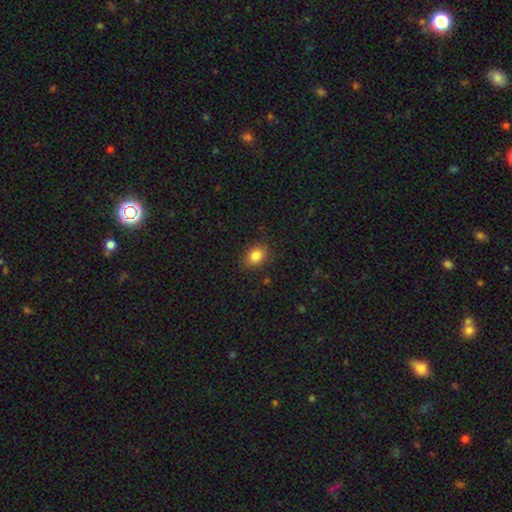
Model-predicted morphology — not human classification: smooth 84%, star or artifact 10%, featured or disk 6%. Down the decision tree: how rounded — in between (61%); merging — none (85%).